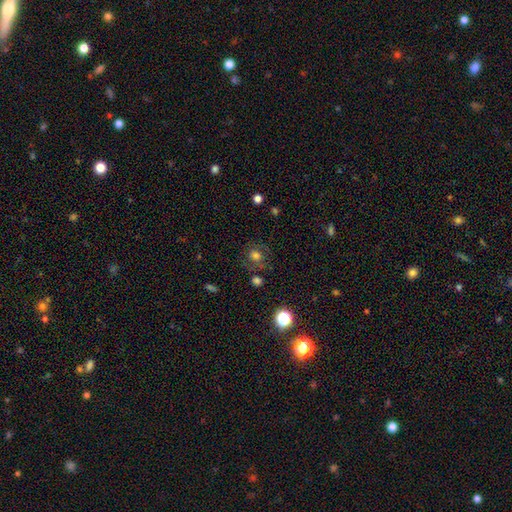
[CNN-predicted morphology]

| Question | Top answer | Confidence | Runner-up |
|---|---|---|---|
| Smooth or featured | smooth | 55% | featured or disk (28%) |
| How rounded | round | 79% | in between (20%) |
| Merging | none | 69% | minor disturbance (16%) |